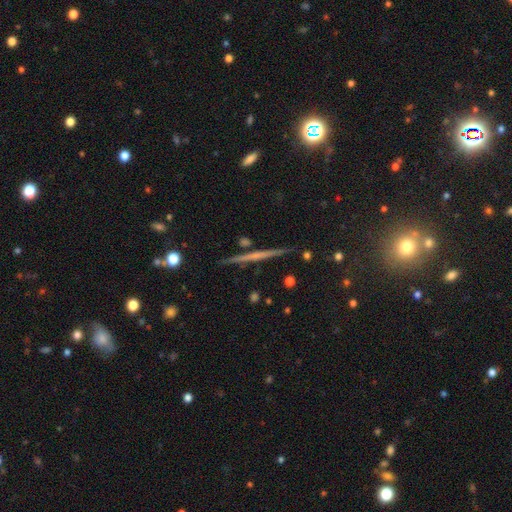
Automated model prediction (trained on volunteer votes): A featured or disk galaxy (66%) viewed edge-on (98%) with no central bulge (74%).

Vote fractions:
- Smooth or featured? featured or disk: 66% / smooth: 26% / star or artifact: 8%
- Edge-on disk? yes: 98% / no: 2%
- Edge-on bulge? none: 74% / rounded: 19% / boxy: 7%
- Merging? none: 90% / minor disturbance: 6% / merger: 2% / major disturbance: 1%